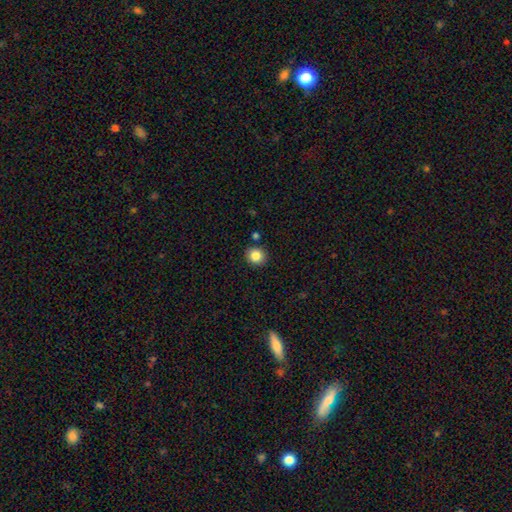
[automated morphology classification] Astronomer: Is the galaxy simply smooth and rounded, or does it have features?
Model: smooth — 84%.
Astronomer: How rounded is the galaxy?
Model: round — 85%.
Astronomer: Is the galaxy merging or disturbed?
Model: none — 89%.